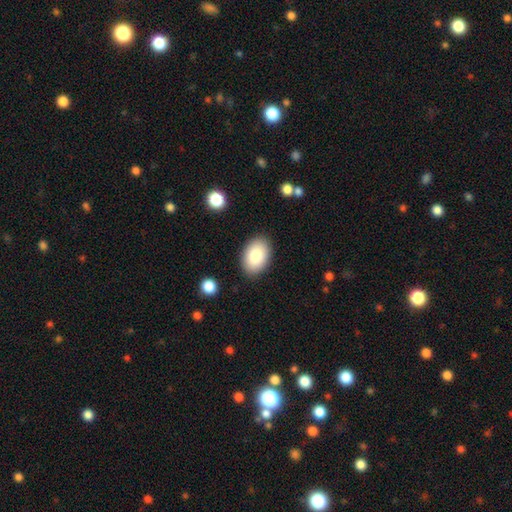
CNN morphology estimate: smooth 85%, featured or disk 8%, star or artifact 7%. Down the decision tree: how rounded — in between (88%); merging — none (87%).